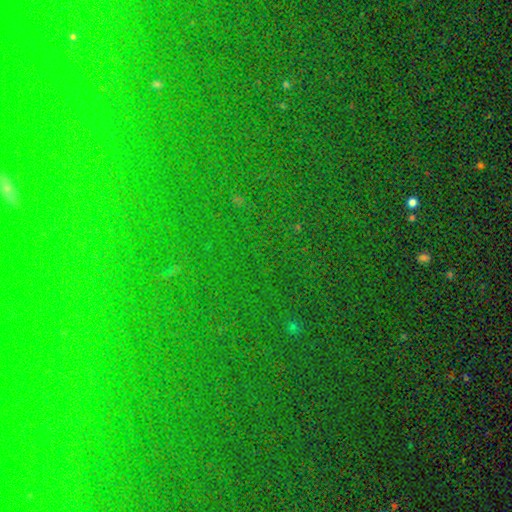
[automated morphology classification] Smooth or featured? star or artifact (80%)